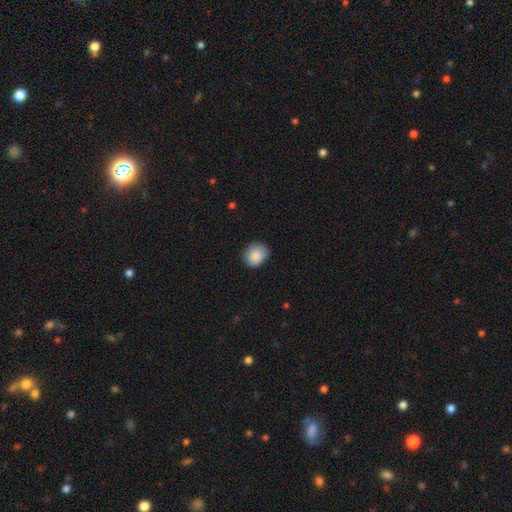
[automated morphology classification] This appears to be a smooth galaxy with no disk features (88%) that is round (70%). Merging: none (79%).